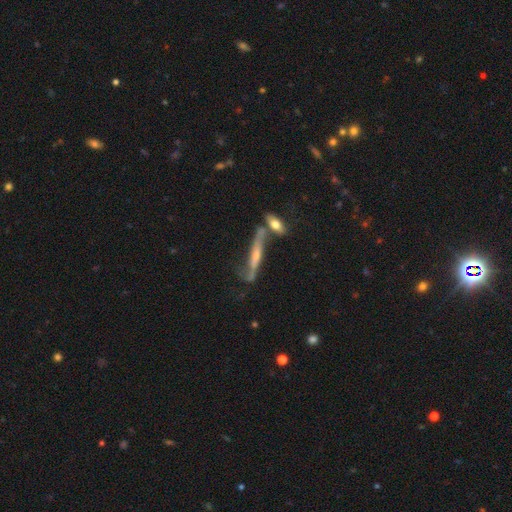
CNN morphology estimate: A featured or disk galaxy (71%) viewed edge-on (81%) with a rounded central bulge (69%). Merging: none (50%).